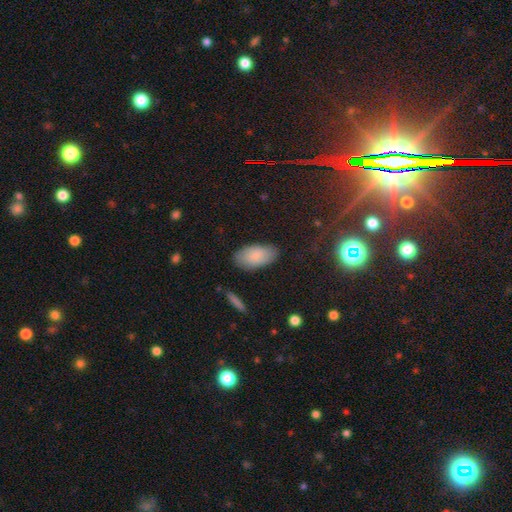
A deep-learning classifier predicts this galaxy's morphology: Overall: smooth (84%). How rounded: in between (94%). Merging: none (83%).